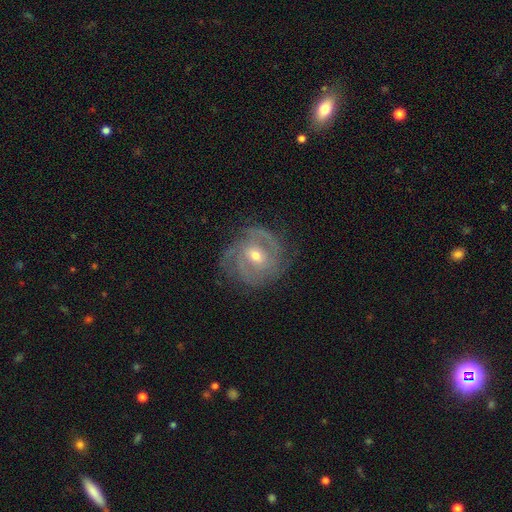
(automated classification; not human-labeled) Q: Smooth or featured?
A: featured or disk (84%); runner-up: smooth (10%)
Q: Edge-on disk?
A: no (97%); runner-up: yes (3%)
Q: Bar?
A: no (45%); runner-up: weak (42%)
Q: Spiral arms?
A: yes (94%); runner-up: no (6%)
Q: Spiral winding?
A: tight (58%); runner-up: medium (33%)
Q: Spiral arm count?
A: 3 (30%); runner-up: 2 (29%)
Q: Bulge size?
A: moderate (53%); runner-up: small (44%)
Q: Merging?
A: none (73%); runner-up: minor disturbance (17%)